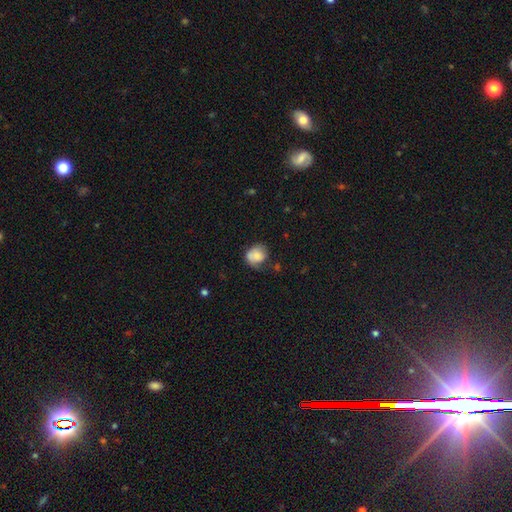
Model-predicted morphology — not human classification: smooth 73%, featured or disk 19%, star or artifact 9%. Down the decision tree: how rounded — round (64%); merging — none (49%).